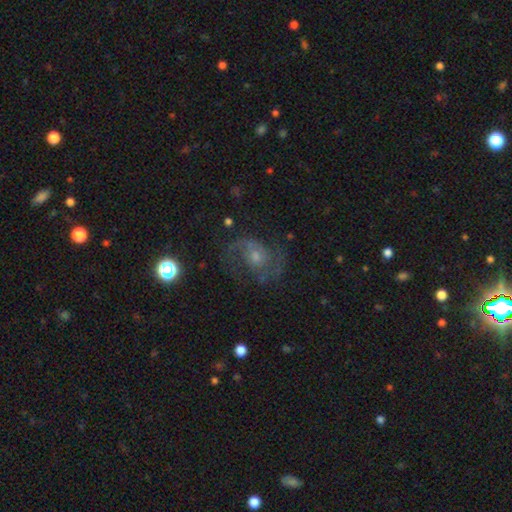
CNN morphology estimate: Smooth or featured? featured or disk (75%)
Edge-on disk? no (97%)
Bar? no (64%)
Spiral arms? yes (94%)
Spiral winding? medium (53%)
Spiral arm count? 2 (81%)
Bulge size? small (48%)
Merging? none (74%)